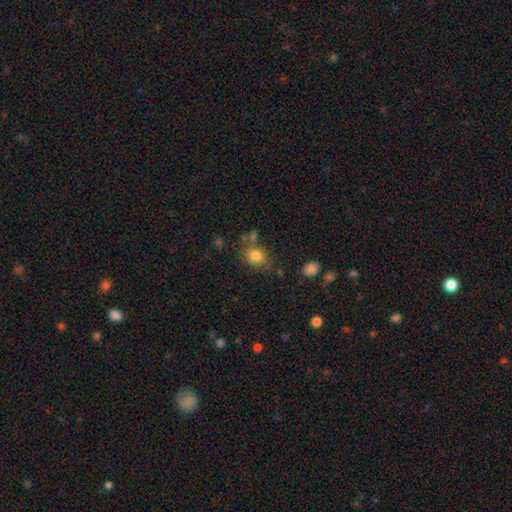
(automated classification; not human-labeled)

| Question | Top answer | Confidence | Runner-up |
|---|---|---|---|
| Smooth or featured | smooth | 81% | star or artifact (10%) |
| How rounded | round | 57% | in between (42%) |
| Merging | none | 67% | minor disturbance (16%) |